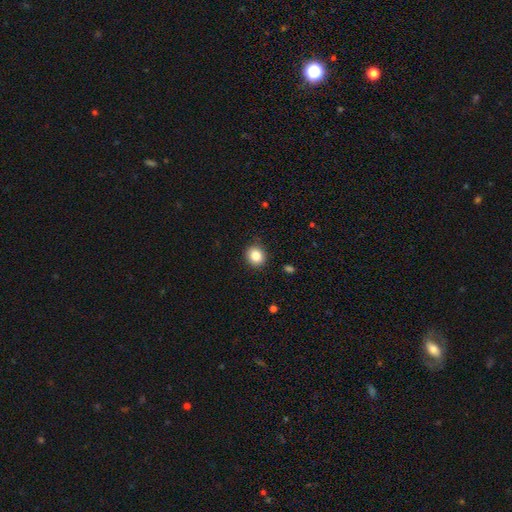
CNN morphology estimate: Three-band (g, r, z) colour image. It shows a smooth galaxy with no disk features (84%) that is round (76%). Merging: none (89%).